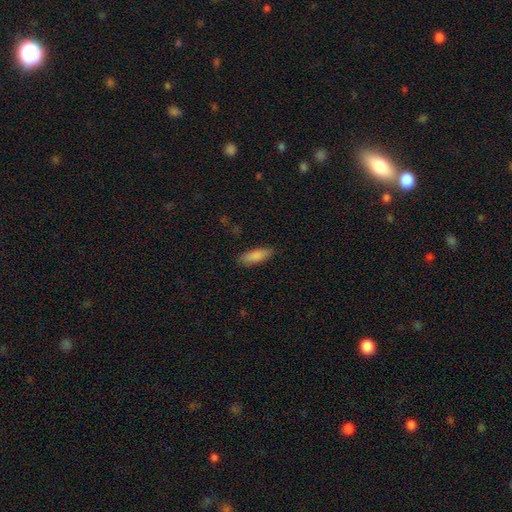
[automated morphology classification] A smooth galaxy with no disk features (87%) that is in between round and cigar-shaped (59%). Merging: none (86%).